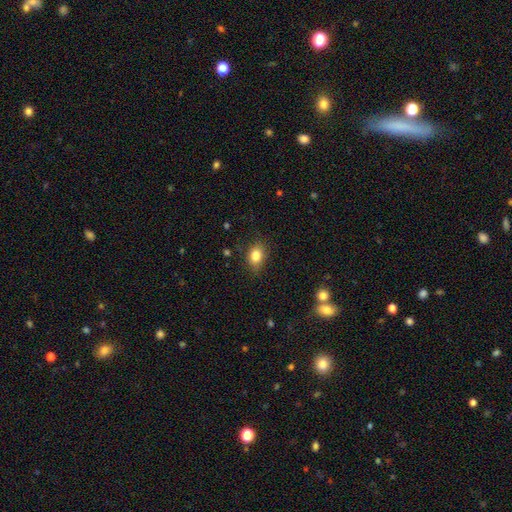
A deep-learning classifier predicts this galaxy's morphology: smooth-or-featured: smooth: 83% | star or artifact: 10% | featured or disk: 7%
  how-rounded: in between: 69% | round: 29% | cigar-shaped: 1%
  merging: none: 81% | minor disturbance: 14% | major disturbance: 3% | merger: 1%